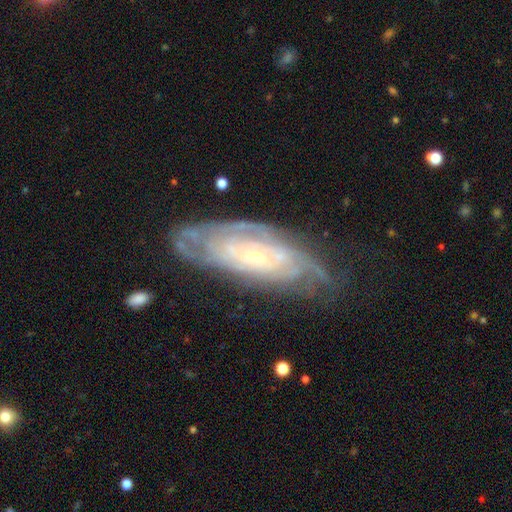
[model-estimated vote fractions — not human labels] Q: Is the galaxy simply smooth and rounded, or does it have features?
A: featured or disk — 81%.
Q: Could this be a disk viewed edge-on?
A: no — 87%.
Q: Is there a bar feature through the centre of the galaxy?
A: no — 74%.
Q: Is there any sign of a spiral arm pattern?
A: yes — 89%.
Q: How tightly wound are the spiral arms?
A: tight — 76%.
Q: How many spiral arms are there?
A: can't tell — 57%.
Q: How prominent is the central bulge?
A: small — 81%.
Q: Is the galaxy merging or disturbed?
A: none — 69%.